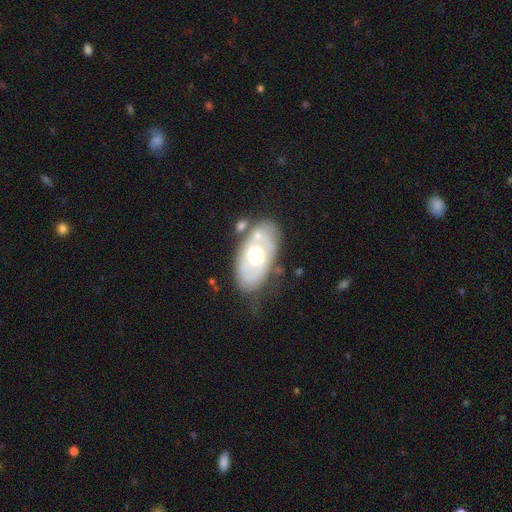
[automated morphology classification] Smooth or featured? featured or disk (67%)
Edge-on disk? no (92%)
Bar? no (74%)
Spiral arms? yes (54%)
Bulge size? moderate (72%)
Merging? none (59%)